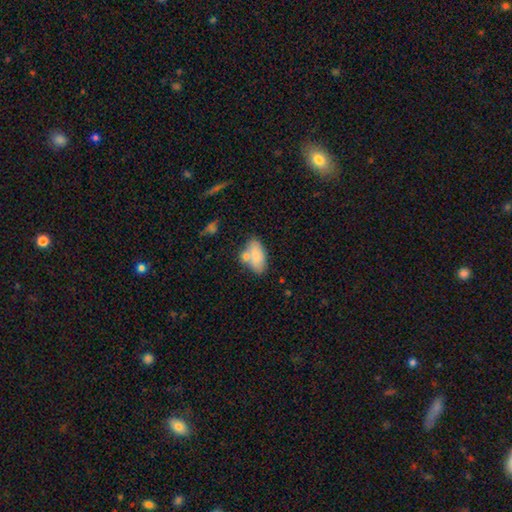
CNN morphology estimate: smooth_or_featured: smooth (p=0.81) [alt: featured or disk p=0.12]
how_rounded: in between (p=0.91) [alt: cigar-shaped p=0.06]
merging: none (p=0.56) [alt: merger p=0.23]